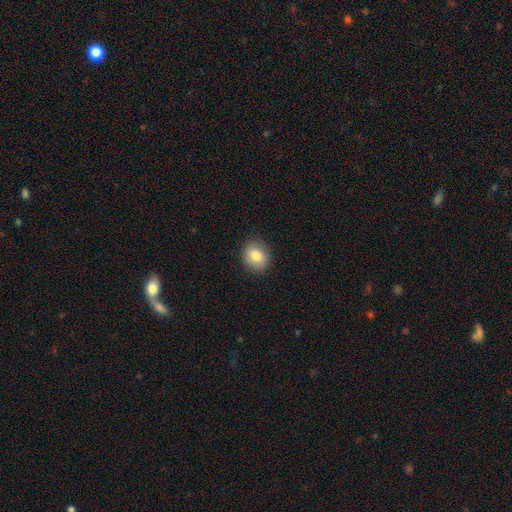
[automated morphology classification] Smooth or featured?
  - smooth: 82% *
  - star or artifact: 9%
  - featured or disk: 9%
How rounded?
  - round: 67% *
  - in between: 32%
  - cigar-shaped: 1%
Merging?
  - none: 88% *
  - minor disturbance: 9%
  - major disturbance: 2%
  - merger: 1%